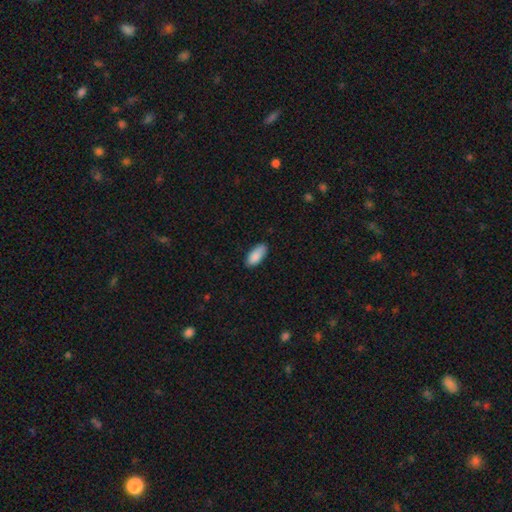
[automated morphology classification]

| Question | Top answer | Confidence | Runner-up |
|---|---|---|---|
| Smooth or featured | smooth | 89% | star or artifact (6%) |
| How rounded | in between | 89% | cigar-shaped (10%) |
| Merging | none | 82% | minor disturbance (15%) |